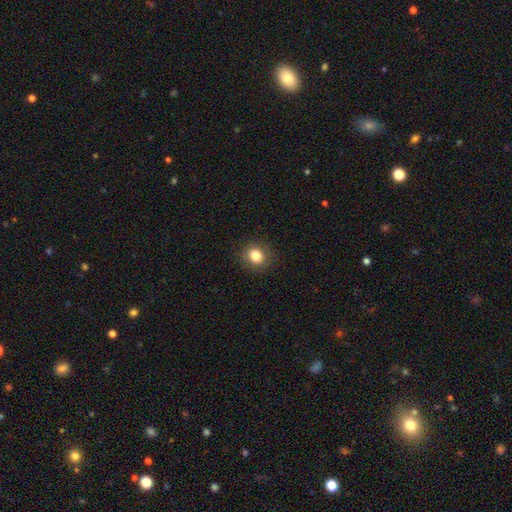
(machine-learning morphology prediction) Smooth or featured?
  - smooth: 83% *
  - star or artifact: 10%
  - featured or disk: 7%
How rounded?
  - round: 70% *
  - in between: 29%
  - cigar-shaped: 1%
Merging?
  - none: 89% *
  - minor disturbance: 8%
  - major disturbance: 3%
  - merger: 1%